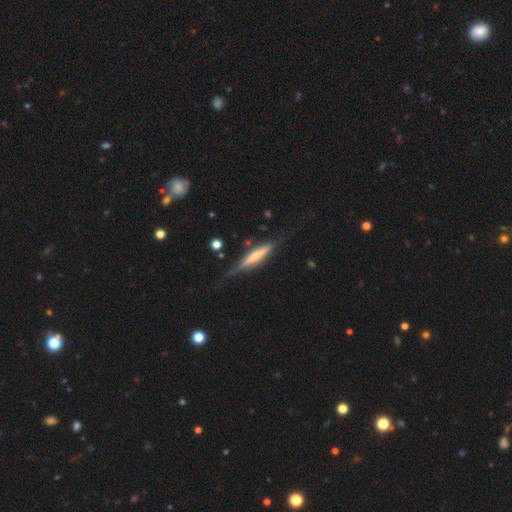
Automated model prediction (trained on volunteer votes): Smooth or featured? featured or disk (56%)
Edge-on disk? yes (93%)
Edge-on bulge? rounded (55%)
Merging? none (68%)